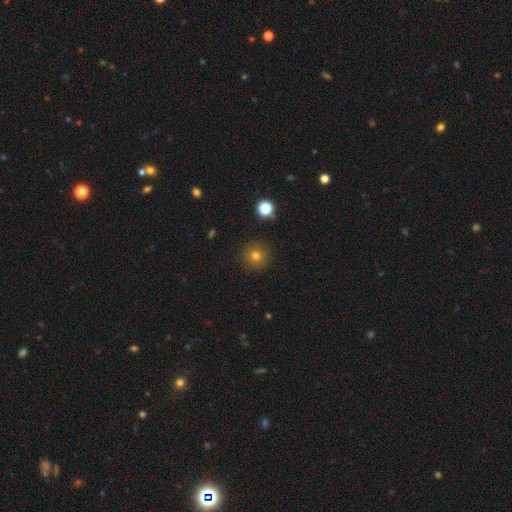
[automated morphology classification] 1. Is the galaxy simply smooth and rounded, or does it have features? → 76% smooth, 16% star or artifact, 9% featured or disk.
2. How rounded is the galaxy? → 95% round, 4% in between, 1% cigar-shaped.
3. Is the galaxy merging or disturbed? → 91% none, 6% minor disturbance, 2% major disturbance, 1% merger.